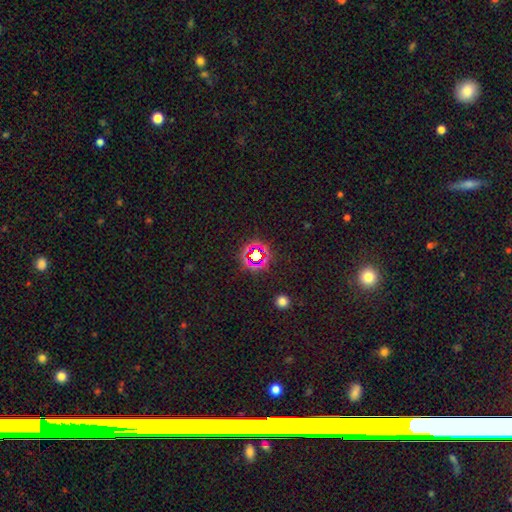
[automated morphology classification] Smooth or featured? Predicted: star or artifact (p=0.70).